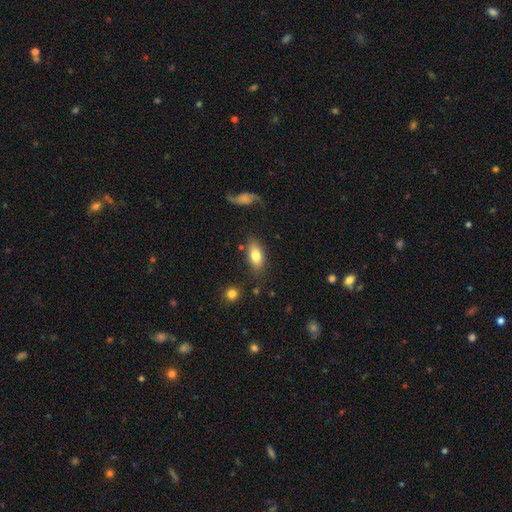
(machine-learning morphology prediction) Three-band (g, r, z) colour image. It shows a smooth galaxy with no disk features (76%) that is in between round and cigar-shaped (84%). Merging: none (74%).